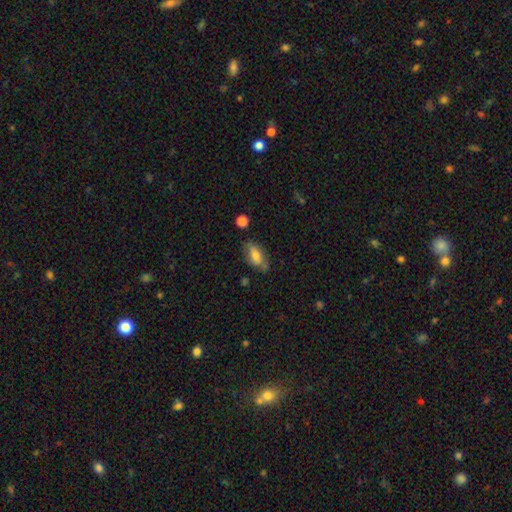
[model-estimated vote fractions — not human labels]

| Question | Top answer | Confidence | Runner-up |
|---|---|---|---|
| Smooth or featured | smooth | 72% | featured or disk (20%) |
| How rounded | in between | 87% | cigar-shaped (8%) |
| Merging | none | 65% | minor disturbance (25%) |